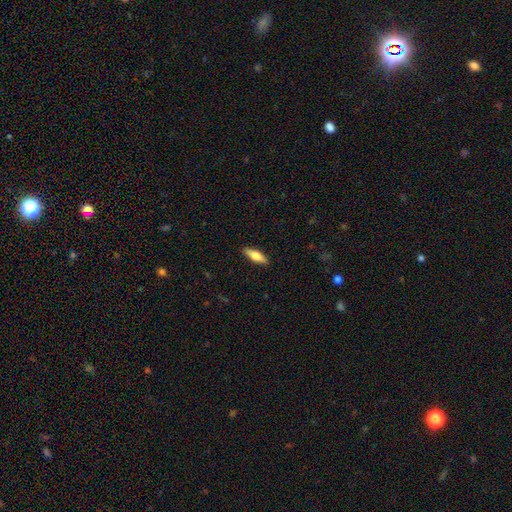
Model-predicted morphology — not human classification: Smooth or featured: smooth — 71% (featured or disk — 23%)
How rounded: in between — 50% (cigar-shaped — 48%)
Merging: none — 90% (minor disturbance — 8%)